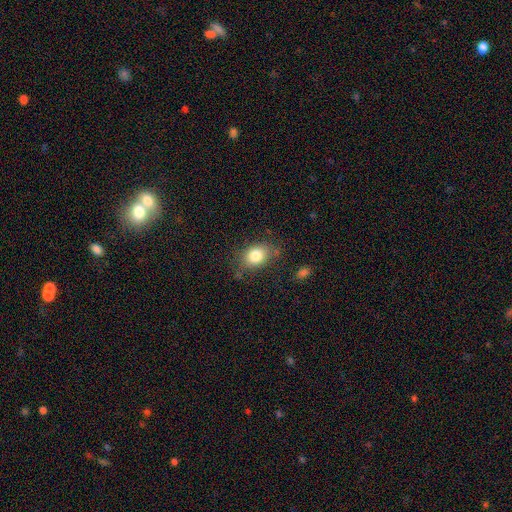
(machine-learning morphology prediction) A smooth galaxy with no disk features (81%) that is in between round and cigar-shaped (69%).

Vote fractions:
- Smooth or featured? smooth: 81% / featured or disk: 10% / star or artifact: 9%
- How rounded? in between: 69% / round: 30% / cigar-shaped: 1%
- Merging? none: 71% / minor disturbance: 20% / major disturbance: 6% / merger: 3%